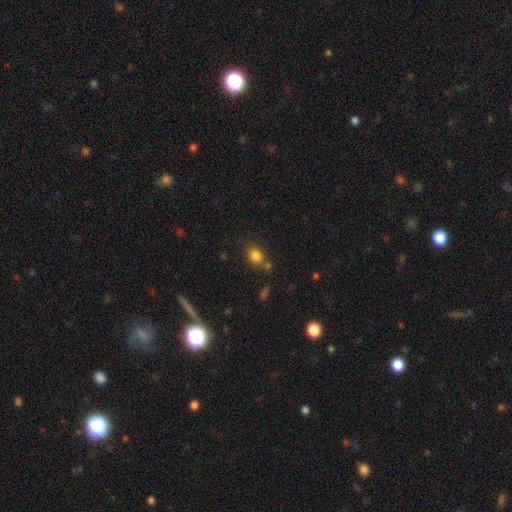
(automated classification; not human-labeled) A smooth galaxy with no disk features (81%) that is in between round and cigar-shaped (51%).

Vote fractions:
- Smooth or featured? smooth: 81% / star or artifact: 12% / featured or disk: 7%
- How rounded? in between: 51% / round: 48% / cigar-shaped: 2%
- Merging? none: 66% / merger: 15% / minor disturbance: 14% / major disturbance: 5%